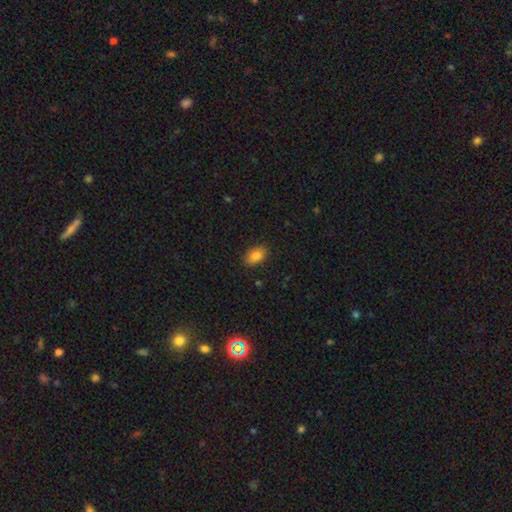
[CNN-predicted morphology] smooth-or-featured: smooth: 85% | star or artifact: 8% | featured or disk: 7%
  how-rounded: in between: 87% | round: 11% | cigar-shaped: 2%
  merging: none: 87% | minor disturbance: 10% | major disturbance: 2% | merger: 1%